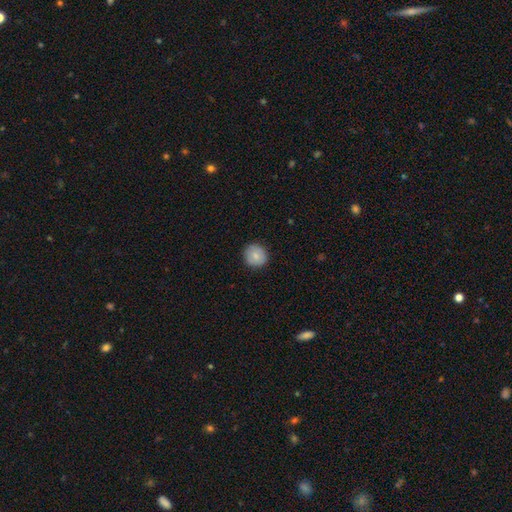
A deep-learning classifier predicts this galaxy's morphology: Smooth or featured?
  - smooth: 79% *
  - featured or disk: 13%
  - star or artifact: 7%
How rounded?
  - round: 89% *
  - in between: 10%
  - cigar-shaped: 1%
Merging?
  - none: 88% *
  - minor disturbance: 9%
  - major disturbance: 2%
  - merger: 1%